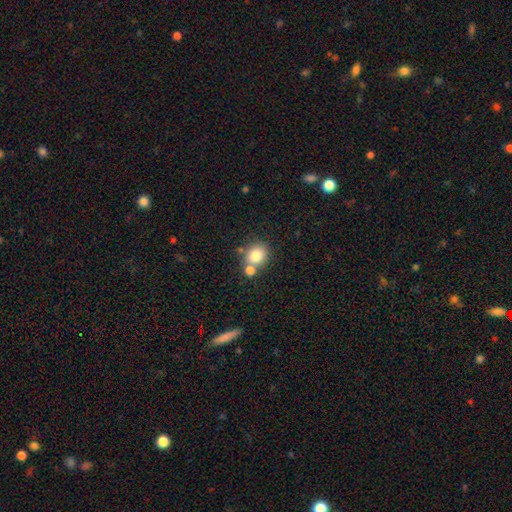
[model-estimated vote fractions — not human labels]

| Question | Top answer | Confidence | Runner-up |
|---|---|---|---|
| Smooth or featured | smooth | 80% | star or artifact (10%) |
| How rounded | round | 72% | in between (27%) |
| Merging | none | 56% | merger (30%) |